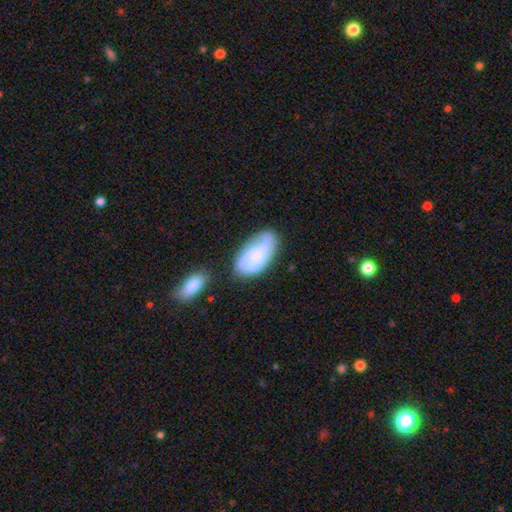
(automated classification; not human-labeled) smooth-or-featured: featured or disk: 47% | smooth: 46% | star or artifact: 7%
  merging: none: 59% | minor disturbance: 24% | merger: 9% | major disturbance: 7%